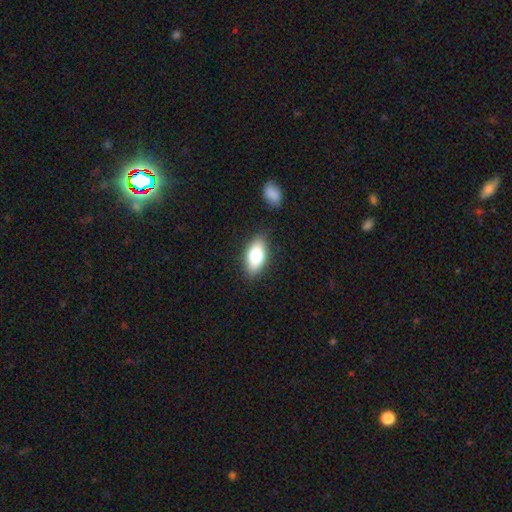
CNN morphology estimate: smooth_or_featured: smooth (p=0.75) [alt: featured or disk p=0.18]
how_rounded: in between (p=0.88) [alt: cigar-shaped p=0.07]
merging: none (p=0.84) [alt: minor disturbance p=0.11]